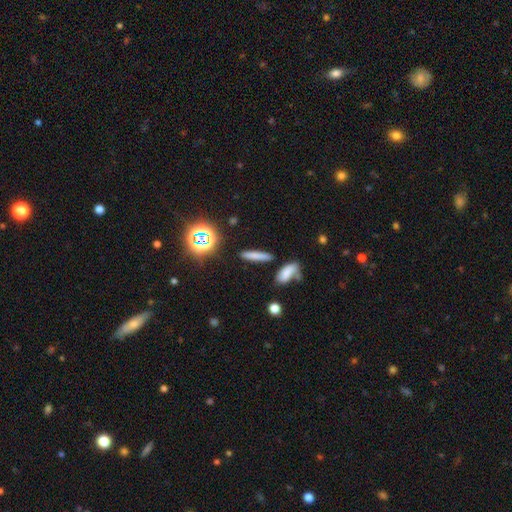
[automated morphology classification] smooth-or-featured: smooth: 73% | star or artifact: 14% | featured or disk: 13%
  how-rounded: cigar-shaped: 83% | in between: 13% | round: 4%
  merging: none: 84% | minor disturbance: 8% | merger: 5% | major disturbance: 3%